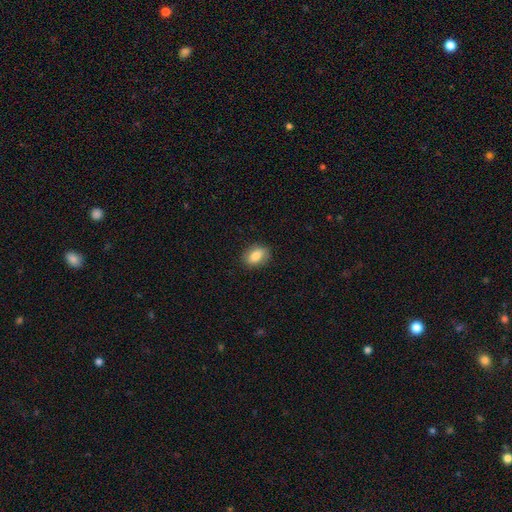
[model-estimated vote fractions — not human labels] The model was most divided on "how rounded": in between: 80%, round: 17%, cigar-shaped: 3%. More confident: merging — none (85%); smooth or featured — smooth (83%).